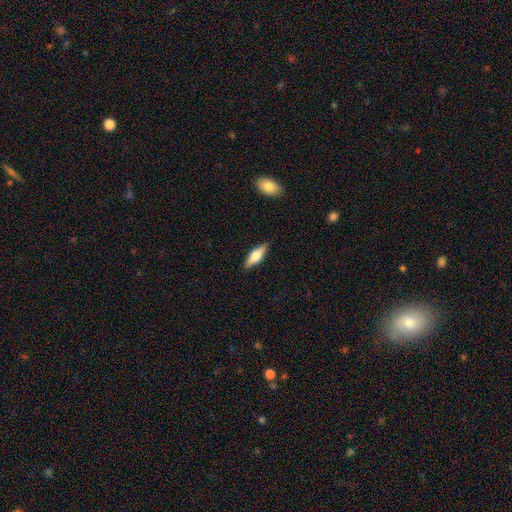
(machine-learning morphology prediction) type=featured or disk (47%, tied with smooth); merging=none (88%).